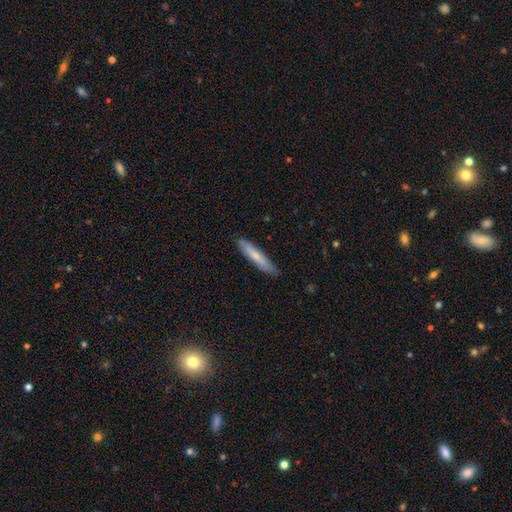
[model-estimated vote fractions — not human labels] smooth_or_featured: smooth (p=0.67) [alt: featured or disk p=0.27]
how_rounded: cigar-shaped (p=0.87) [alt: in between p=0.11]
merging: none (p=0.85) [alt: minor disturbance p=0.12]